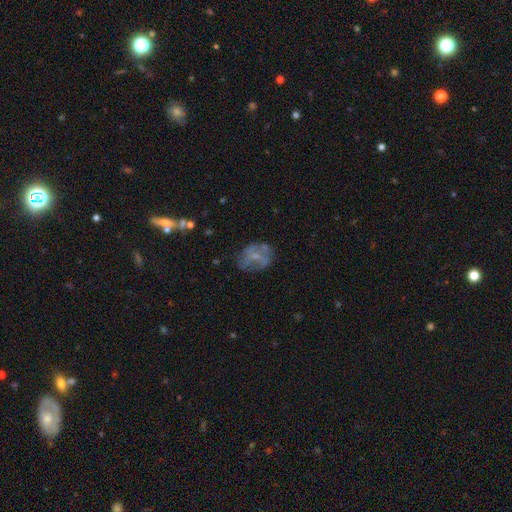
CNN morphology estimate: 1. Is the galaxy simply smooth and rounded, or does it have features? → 54% featured or disk, 35% smooth, 11% star or artifact.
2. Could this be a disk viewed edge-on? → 97% no, 3% yes.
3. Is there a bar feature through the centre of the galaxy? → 61% no, 31% weak, 8% strong.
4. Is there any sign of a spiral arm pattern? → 61% no, 39% yes.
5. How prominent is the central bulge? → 51% small, 24% none, 23% moderate, 1% large, 1% dominant.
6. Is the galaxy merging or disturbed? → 58% none, 21% minor disturbance, 16% major disturbance, 5% merger.